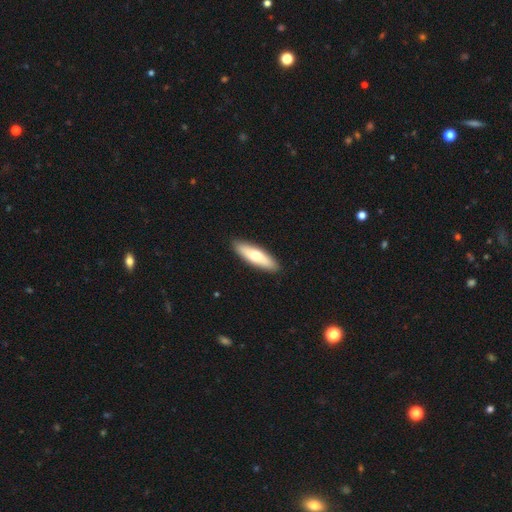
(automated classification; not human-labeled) The model was most divided on "how rounded": cigar-shaped: 60%, in between: 39%, round: 2%. More confident: merging — none (91%); smooth or featured — smooth (64%).